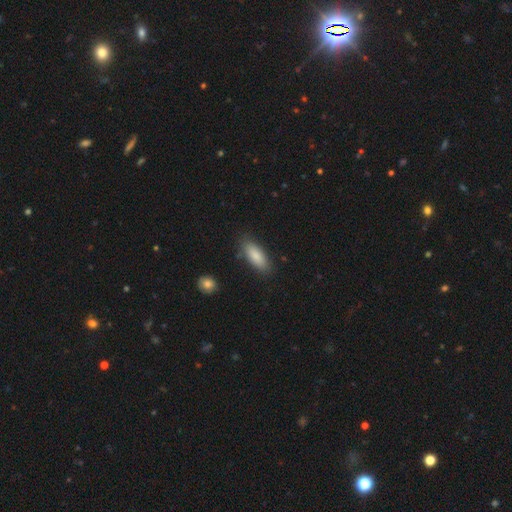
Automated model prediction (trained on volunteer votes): smooth 85%, featured or disk 9%, star or artifact 6%. Down the decision tree: how rounded — in between (75%); merging — none (82%).